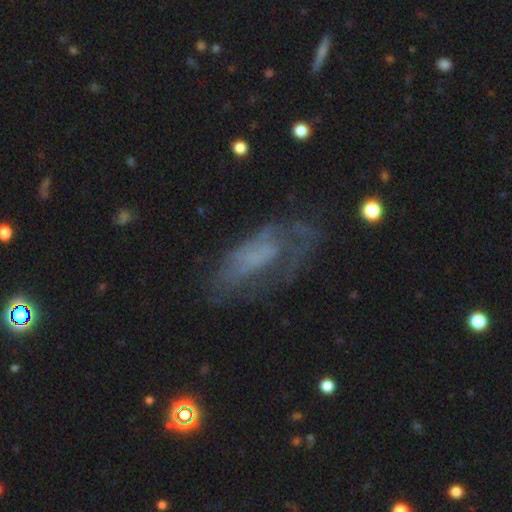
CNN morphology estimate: Q: Smooth or featured?
A: featured or disk (57%); runner-up: smooth (31%)
Q: Edge-on disk?
A: no (90%); runner-up: yes (10%)
Q: Bar?
A: no (75%); runner-up: weak (20%)
Q: Spiral arms?
A: yes (54%); runner-up: no (46%)
Q: Bulge size?
A: none (61%); runner-up: small (19%)
Q: Merging?
A: none (44%); runner-up: major disturbance (29%)